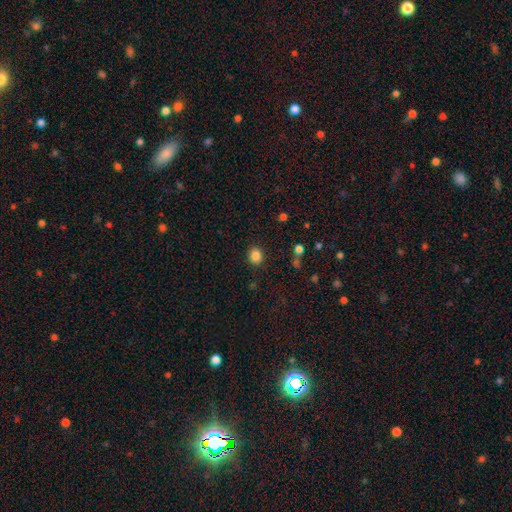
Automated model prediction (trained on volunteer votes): This is clearly a smooth galaxy (86%). How rounded: likely round (66%). Merging: clearly none (88%).